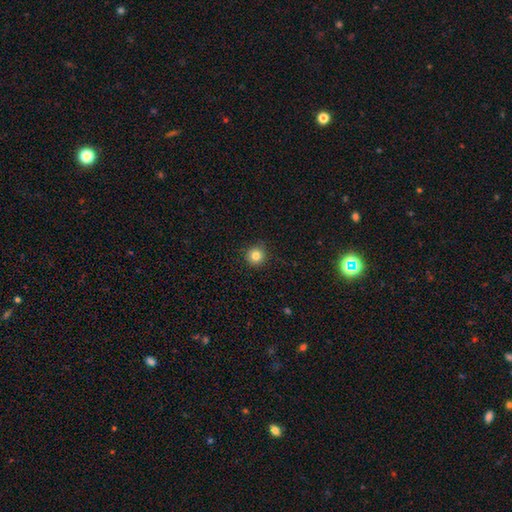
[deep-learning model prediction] Smooth or featured?
  - smooth: 83% *
  - star or artifact: 11%
  - featured or disk: 6%
How rounded?
  - round: 94% *
  - in between: 5%
  - cigar-shaped: 1%
Merging?
  - none: 89% *
  - minor disturbance: 8%
  - major disturbance: 2%
  - merger: 1%